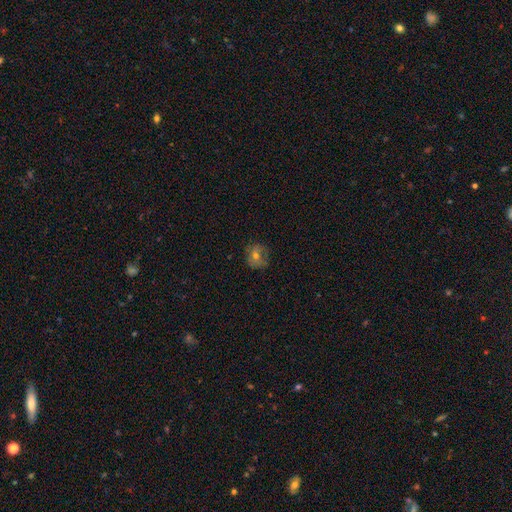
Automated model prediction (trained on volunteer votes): Smooth or featured?
  - smooth: 56% *
  - featured or disk: 30%
  - star or artifact: 14%
How rounded?
  - round: 79% *
  - in between: 19%
  - cigar-shaped: 1%
Merging?
  - none: 70% *
  - minor disturbance: 21%
  - major disturbance: 8%
  - merger: 1%